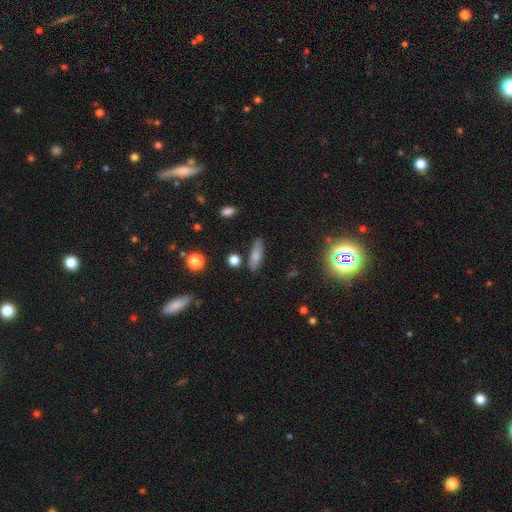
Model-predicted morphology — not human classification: Overall: smooth (76%). How rounded: in between (55%; cigar-shaped 41%). Merging: none (79%).